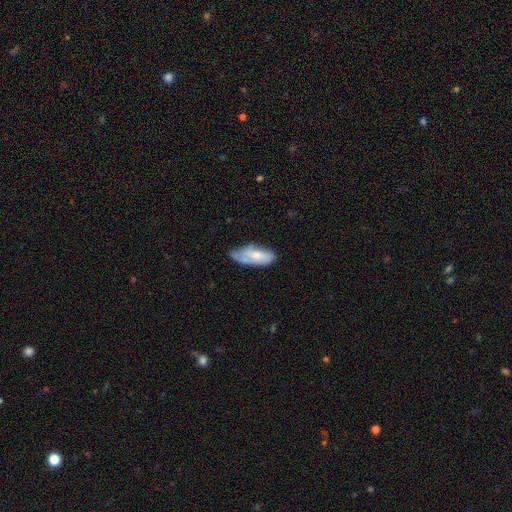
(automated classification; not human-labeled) A smooth galaxy with no disk features (57%) that is in between round and cigar-shaped (81%).

Vote fractions:
- Smooth or featured? smooth: 57% / featured or disk: 37% / star or artifact: 7%
- How rounded? in between: 81% / cigar-shaped: 17% / round: 2%
- Merging? none: 43% / minor disturbance: 40% / major disturbance: 14% / merger: 3%